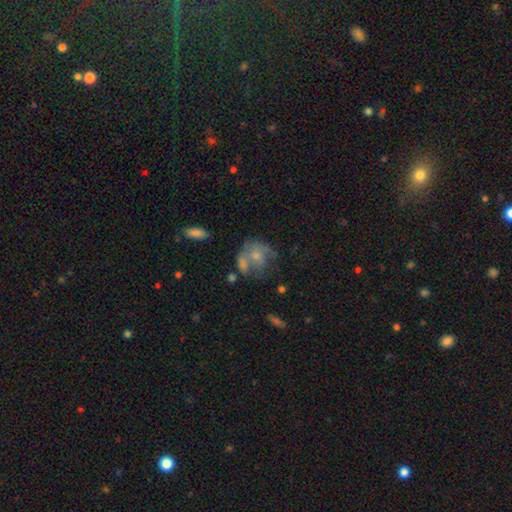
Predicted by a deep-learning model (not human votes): smooth_or_featured: smooth (p=0.50) [alt: featured or disk p=0.42]
merging: none (p=0.32) [alt: merger p=0.27]